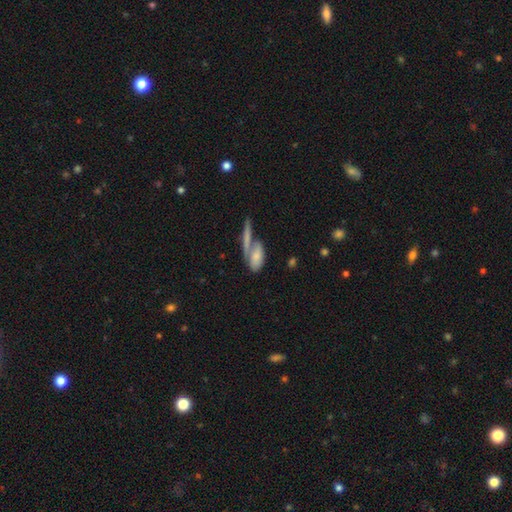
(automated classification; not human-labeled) smooth_or_featured: smooth (p=0.71) [alt: featured or disk p=0.22]
how_rounded: in between (p=0.78) [alt: cigar-shaped p=0.19]
merging: merger (p=0.46) [alt: none p=0.36]